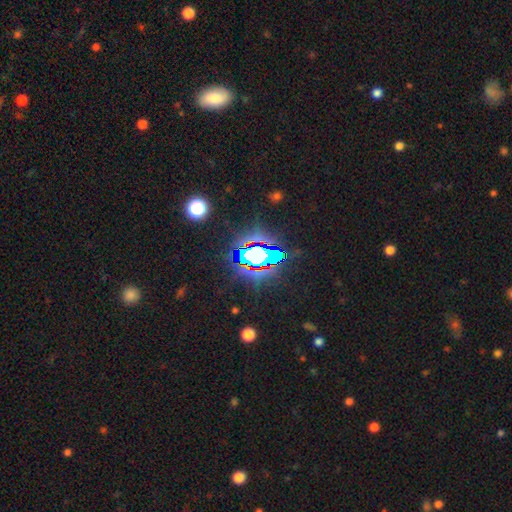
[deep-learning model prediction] Overall: star or artifact (70%).